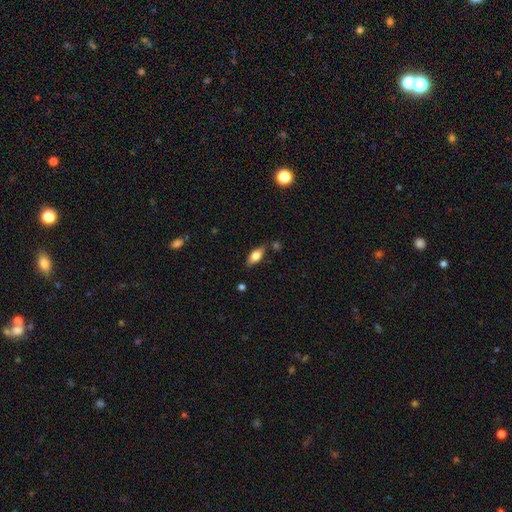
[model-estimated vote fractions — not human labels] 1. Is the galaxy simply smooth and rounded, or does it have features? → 73% smooth, 20% featured or disk, 7% star or artifact.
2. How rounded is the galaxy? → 84% in between, 12% cigar-shaped, 3% round.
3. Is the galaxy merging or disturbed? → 77% none, 15% minor disturbance, 4% merger, 3% major disturbance.